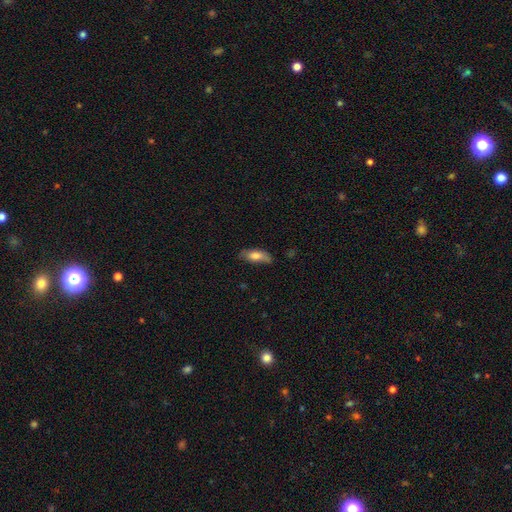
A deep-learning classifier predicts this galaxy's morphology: Smooth or featured? Predicted: smooth (p=0.73). How rounded? Predicted: in between (p=0.71). Merging? Predicted: none (p=0.69).